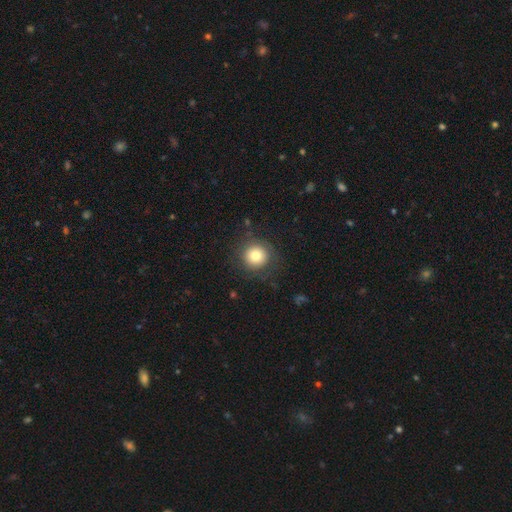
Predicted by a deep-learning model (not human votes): smooth_or_featured: smooth (p=0.78) [alt: featured or disk p=0.11]
how_rounded: round (p=0.94) [alt: in between p=0.05]
merging: none (p=0.84) [alt: minor disturbance p=0.10]